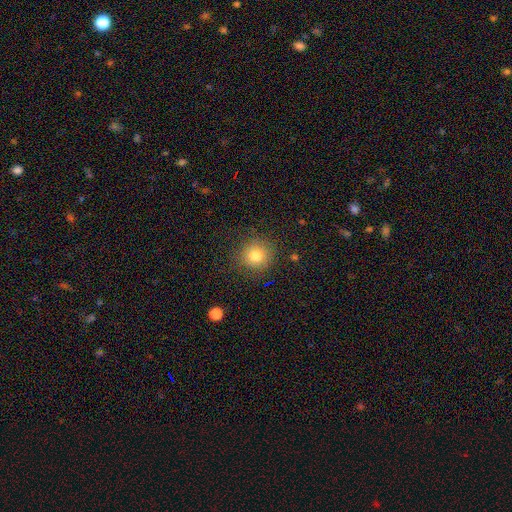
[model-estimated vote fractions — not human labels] Smooth or featured? smooth (79%)
How rounded? round (91%)
Merging? none (87%)